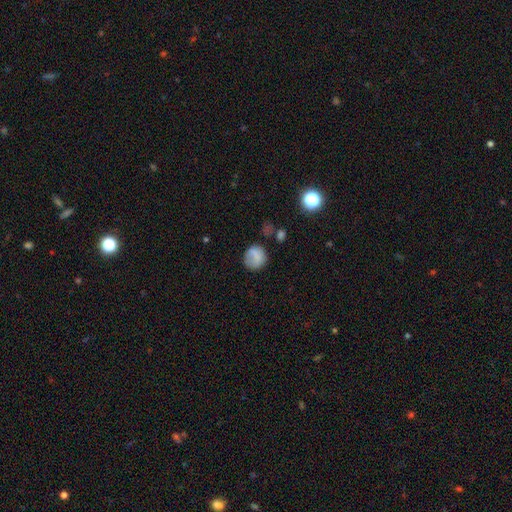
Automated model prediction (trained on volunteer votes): smooth_or_featured: smooth (p=0.77) [alt: featured or disk p=0.13]
how_rounded: round (p=0.81) [alt: in between p=0.18]
merging: none (p=0.70) [alt: minor disturbance p=0.18]